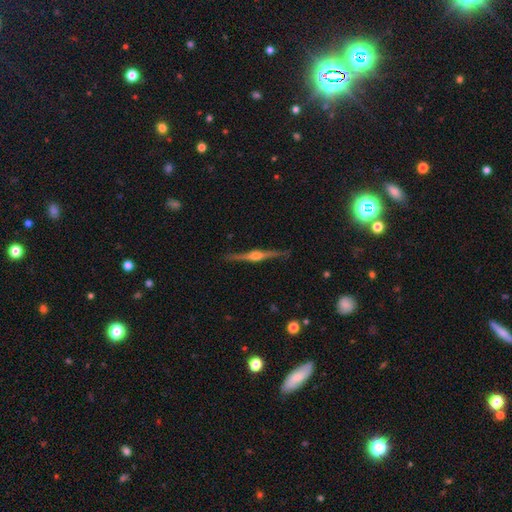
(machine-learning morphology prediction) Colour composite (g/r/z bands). It shows a featured or disk galaxy (84%) viewed edge-on (98%) with a rounded central bulge (92%). Merging: none (89%).